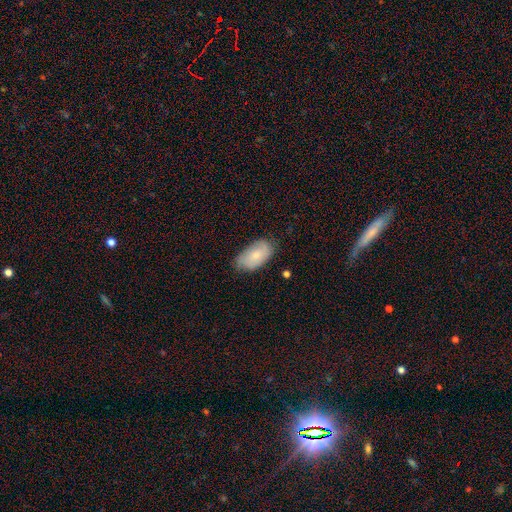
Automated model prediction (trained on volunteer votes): This appears to be a smooth galaxy with no disk features (68%) that is in between round and cigar-shaped (94%). Merging: none (68%).